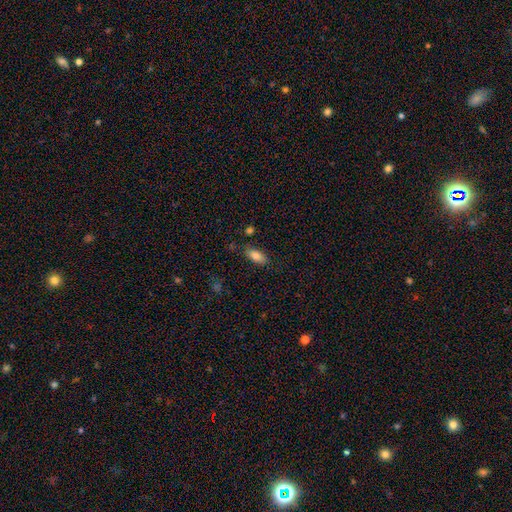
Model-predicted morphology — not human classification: This is clearly a smooth galaxy (84%). How rounded: clearly in between (85%). Merging: clearly none (81%).